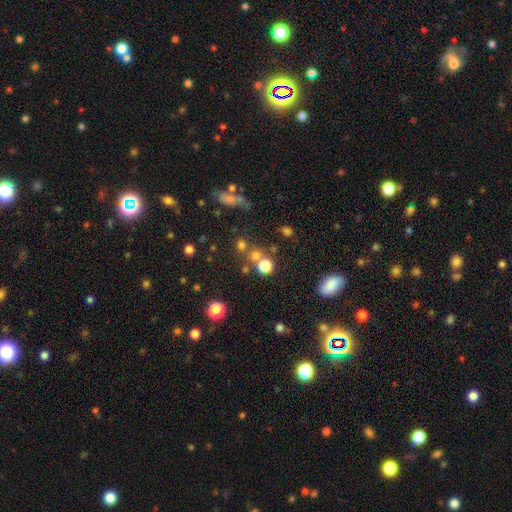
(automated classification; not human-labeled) Smooth or featured: smooth — 64% (star or artifact — 26%)
How rounded: round — 88% (in between — 11%)
Merging: none — 62% (merger — 25%)